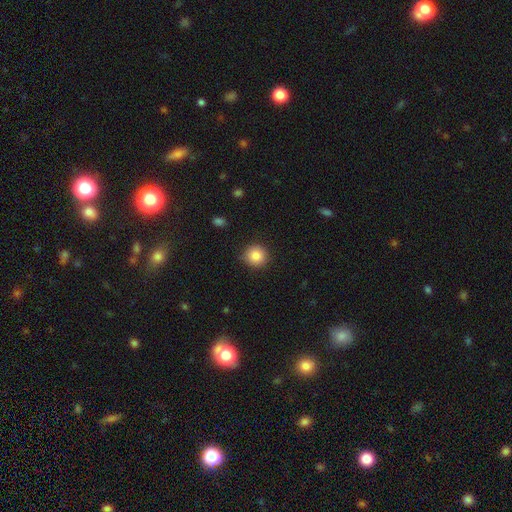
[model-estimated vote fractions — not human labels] Morphology: type=smooth (86%); roundness=round (93%); merging=none (86%).